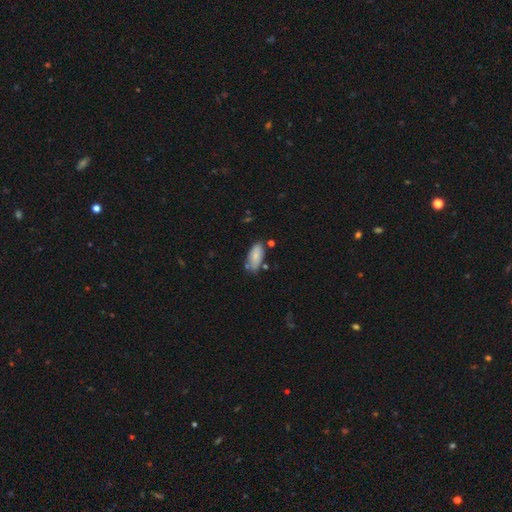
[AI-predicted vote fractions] A smooth galaxy with no disk features (76%) that is in between round and cigar-shaped (87%).

Vote fractions:
- Smooth or featured? smooth: 76% / featured or disk: 17% / star or artifact: 7%
- How rounded? in between: 87% / cigar-shaped: 11% / round: 2%
- Merging? none: 66% / minor disturbance: 23% / merger: 7% / major disturbance: 4%